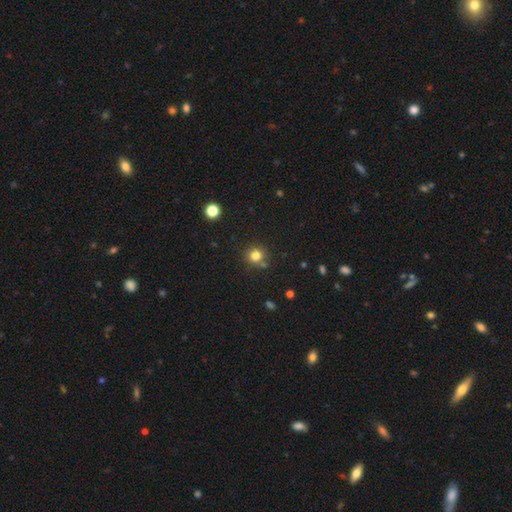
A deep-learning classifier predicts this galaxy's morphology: This appears to be a smooth galaxy with no disk features (80%) that is round (90%). Merging: none (78%).